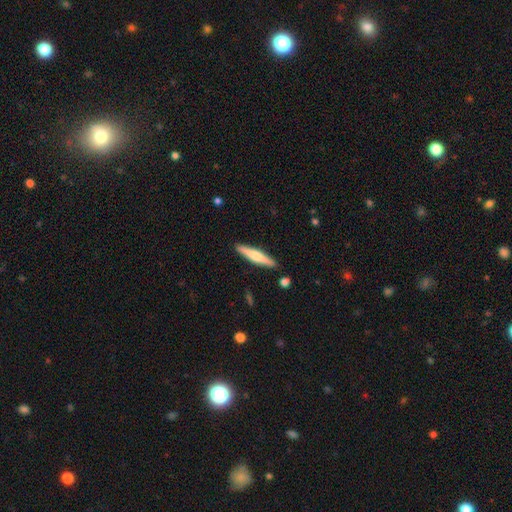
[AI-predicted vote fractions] A smooth galaxy with no disk features (48%). Merging: none (90%).